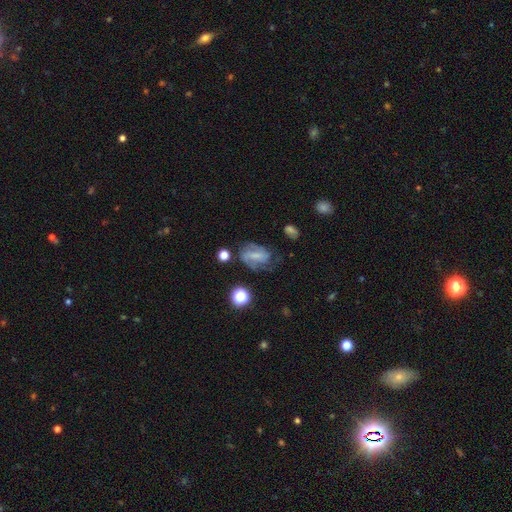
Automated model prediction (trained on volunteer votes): This is likely a featured or disk galaxy (66%). It is clearly not viewed edge-on (96%). Bar: marginally weak (43%). Spiral arm pattern: clearly yes (87%). Spiral arm count: possibly 2 (54%). Spiral winding: possibly medium (45%). Central bulge: marginally small (40%). Merging: possibly none (57%).